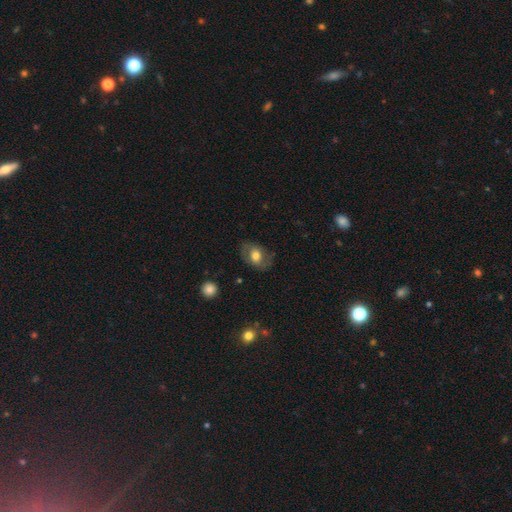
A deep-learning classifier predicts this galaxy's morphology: The model was most divided on "smooth or featured": smooth: 59%, featured or disk: 34%, star or artifact: 8%. More confident: merging — none (70%); how rounded — in between (65%).